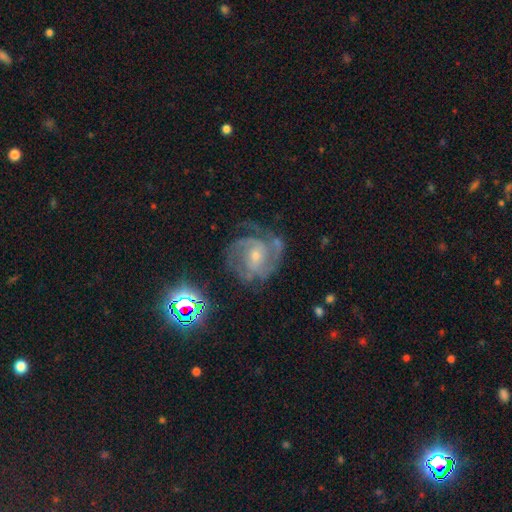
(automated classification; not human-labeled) Smooth or featured? Predicted: featured or disk (p=0.84). Edge-on disk? Predicted: no (p=0.98). Bar? Predicted: no (p=0.50). Spiral arms? Predicted: yes (p=0.96). Spiral winding? Predicted: medium (p=0.46). Spiral arm count? Predicted: 2 (p=0.35). Bulge size? Predicted: small (p=0.66). Merging? Predicted: none (p=0.62).